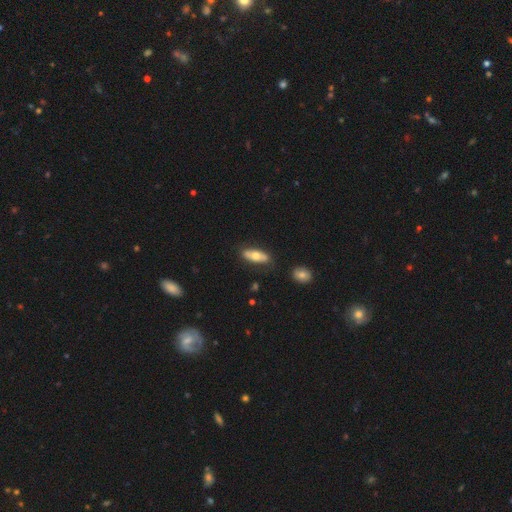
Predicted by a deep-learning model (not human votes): A smooth galaxy with no disk features (61%) that is in between round and cigar-shaped (72%).

Vote fractions:
- Smooth or featured? smooth: 61% / featured or disk: 33% / star or artifact: 6%
- How rounded? in between: 72% / cigar-shaped: 26% / round: 3%
- Merging? none: 76% / minor disturbance: 16% / major disturbance: 4% / merger: 4%